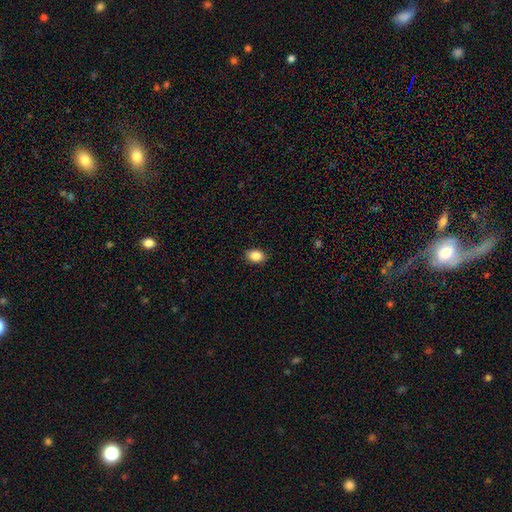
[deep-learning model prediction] smooth 87%, star or artifact 9%, featured or disk 4%. Down the decision tree: how rounded — in between (77%); merging — none (89%).